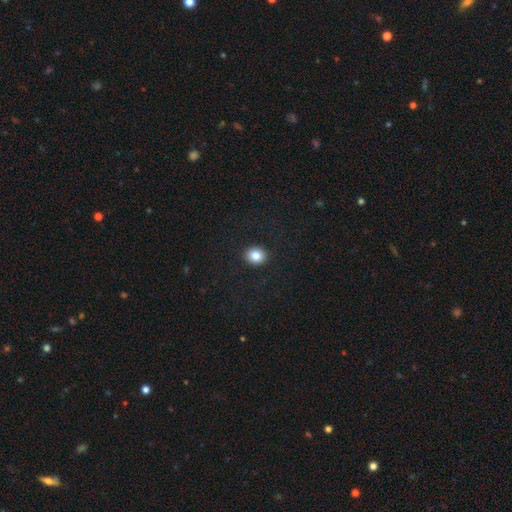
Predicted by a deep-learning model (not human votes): smooth_or_featured: smooth (p=0.85) [alt: star or artifact p=0.10]
how_rounded: round (p=0.73) [alt: in between p=0.26]
merging: none (p=0.92) [alt: minor disturbance p=0.05]